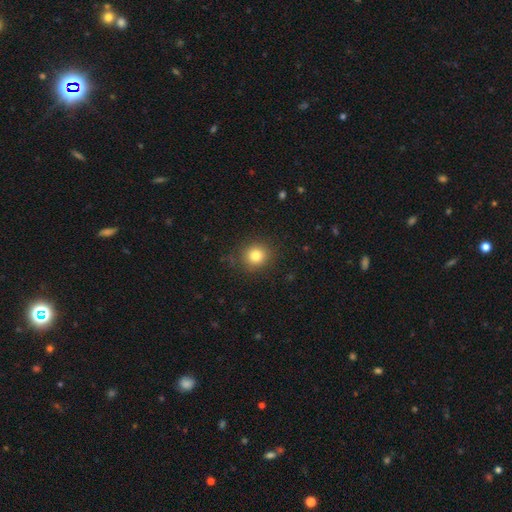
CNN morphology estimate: A smooth galaxy with no disk features (81%) that is round (89%).

Vote fractions:
- Smooth or featured? smooth: 81% / star or artifact: 12% / featured or disk: 7%
- How rounded? round: 89% / in between: 10% / cigar-shaped: 1%
- Merging? none: 87% / minor disturbance: 9% / major disturbance: 3% / merger: 1%